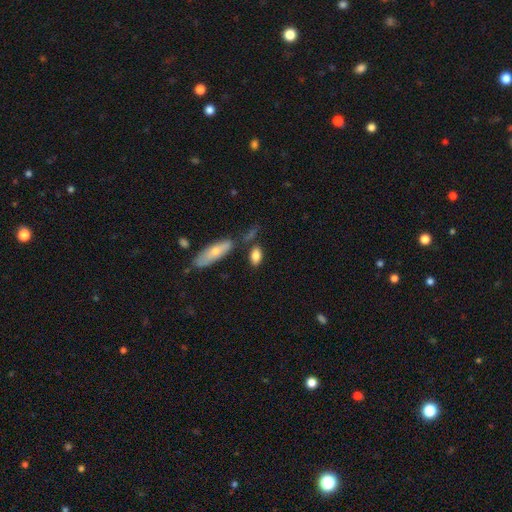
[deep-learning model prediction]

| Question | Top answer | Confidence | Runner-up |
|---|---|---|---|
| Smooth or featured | smooth | 80% | featured or disk (13%) |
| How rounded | in between | 84% | cigar-shaped (11%) |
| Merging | none | 66% | minor disturbance (15%) |